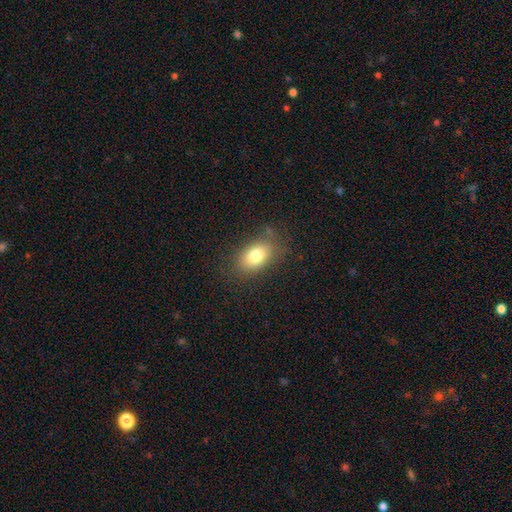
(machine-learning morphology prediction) Smooth or featured: smooth — 78% (featured or disk — 12%)
How rounded: in between — 86% (round — 12%)
Merging: none — 79% (minor disturbance — 14%)